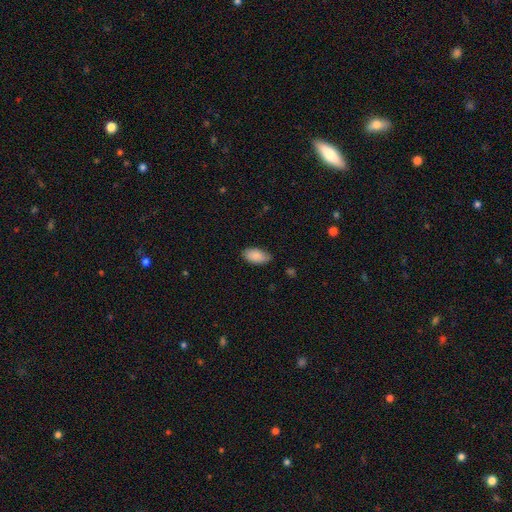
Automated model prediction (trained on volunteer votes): smooth 88%, star or artifact 6%, featured or disk 6%. Down the decision tree: how rounded — in between (95%); merging — none (80%).